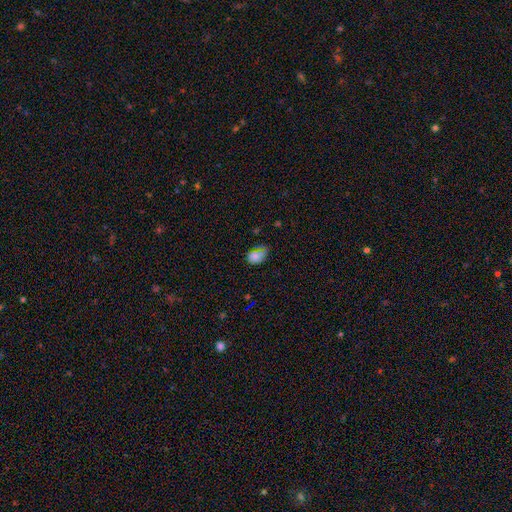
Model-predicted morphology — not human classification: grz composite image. It shows a smooth galaxy with no disk features (70%) that is in between round and cigar-shaped (79%). Merging: none (47%).